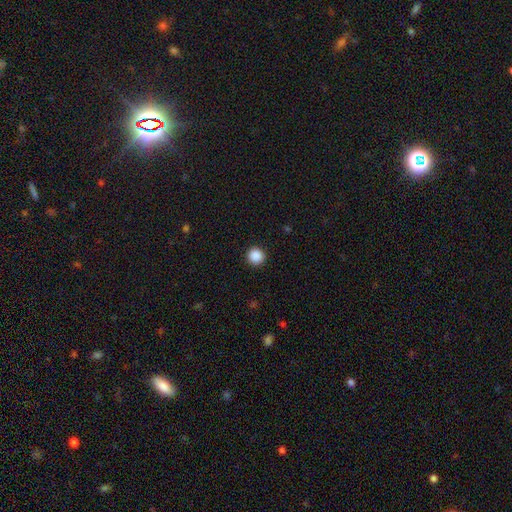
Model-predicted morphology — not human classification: Q: Smooth or featured?
A: smooth (88%); runner-up: star or artifact (9%)
Q: How rounded?
A: round (95%); runner-up: in between (4%)
Q: Merging?
A: none (93%); runner-up: minor disturbance (5%)